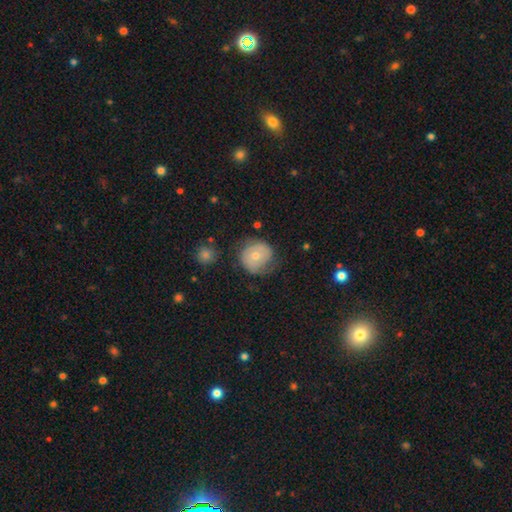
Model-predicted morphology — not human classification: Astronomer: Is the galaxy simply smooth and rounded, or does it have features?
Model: smooth — 50% (runner-up: featured or disk, 42%).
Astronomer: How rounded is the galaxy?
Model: round — 84%.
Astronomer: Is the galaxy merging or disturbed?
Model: none — 59%.